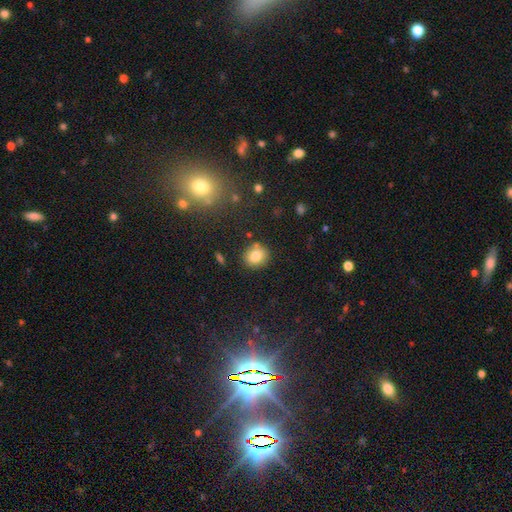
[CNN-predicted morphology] Smooth or featured? Predicted: smooth (p=0.81). How rounded? Predicted: round (p=0.75). Merging? Predicted: none (p=0.79).